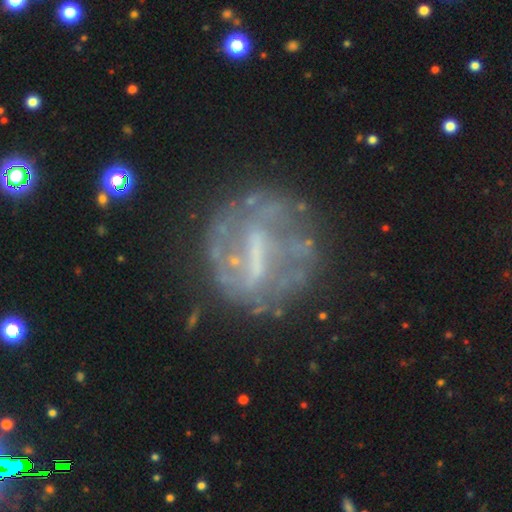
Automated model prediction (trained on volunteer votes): Smooth or featured?
  - featured or disk: 72% *
  - smooth: 17%
  - star or artifact: 12%
Edge-on disk?
  - no: 96% *
  - yes: 4%
Bar?
  - strong: 49% *
  - weak: 32%
  - no: 19%
Spiral arms?
  - no: 57% *
  - yes: 43%
Bulge size?
  - none: 48% *
  - small: 31%
  - moderate: 18%
  - large: 3%
  - dominant: 1%
Merging?
  - none: 65% *
  - minor disturbance: 17%
  - major disturbance: 15%
  - merger: 4%